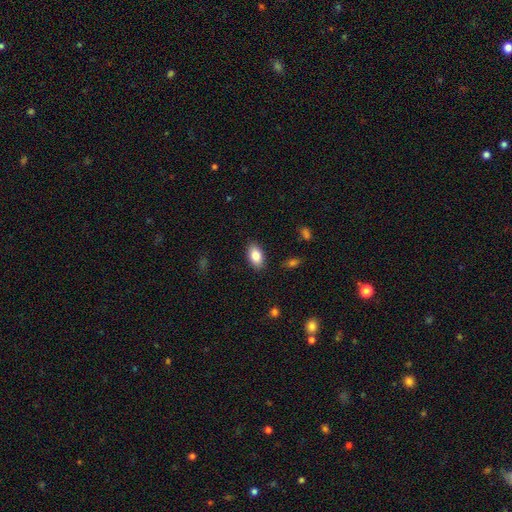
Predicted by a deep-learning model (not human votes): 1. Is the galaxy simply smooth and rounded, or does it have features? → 84% smooth, 9% featured or disk, 7% star or artifact.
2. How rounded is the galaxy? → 93% in between, 5% round, 2% cigar-shaped.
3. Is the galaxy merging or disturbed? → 87% none, 9% minor disturbance, 2% major disturbance, 1% merger.